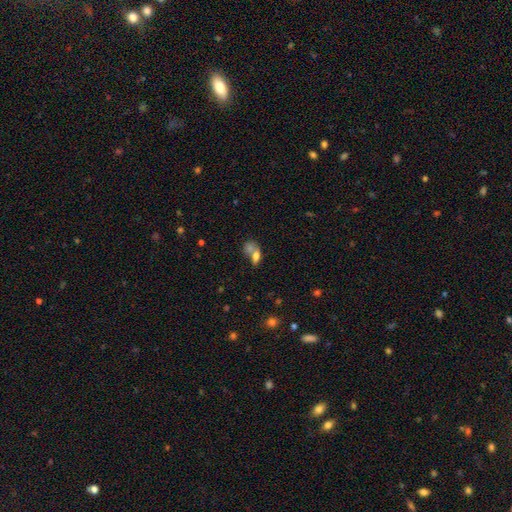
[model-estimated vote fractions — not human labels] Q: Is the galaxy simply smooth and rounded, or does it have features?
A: smooth — 71%.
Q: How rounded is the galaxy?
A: in between — 77%.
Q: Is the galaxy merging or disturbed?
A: merger — 56%.